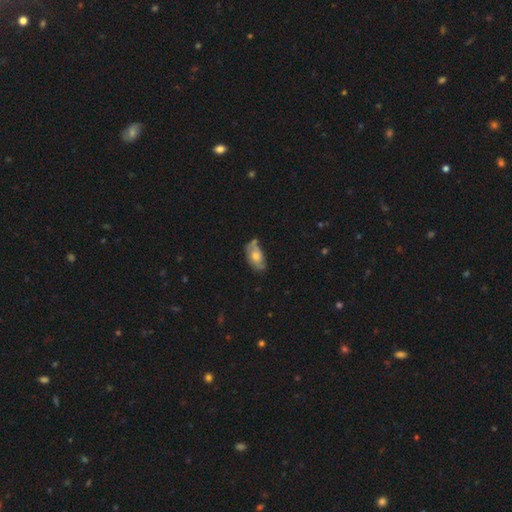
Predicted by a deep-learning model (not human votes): The model was most divided on "smooth or featured": featured or disk: 47%, smooth: 45%, star or artifact: 8%. More confident: merging — none (59%).